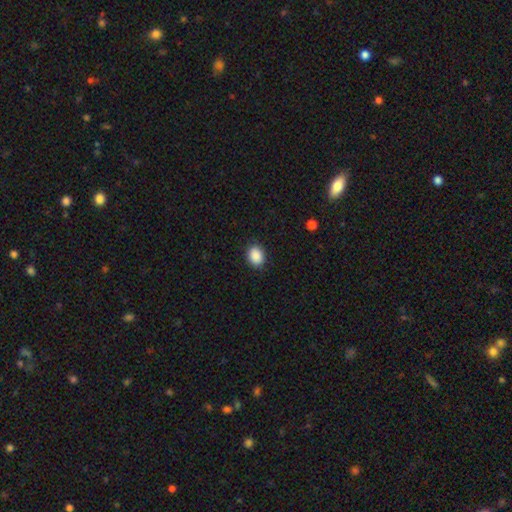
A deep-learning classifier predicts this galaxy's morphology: Q: Smooth or featured?
A: smooth (89%); runner-up: star or artifact (8%)
Q: How rounded?
A: in between (63%); runner-up: round (36%)
Q: Merging?
A: none (88%); runner-up: minor disturbance (9%)